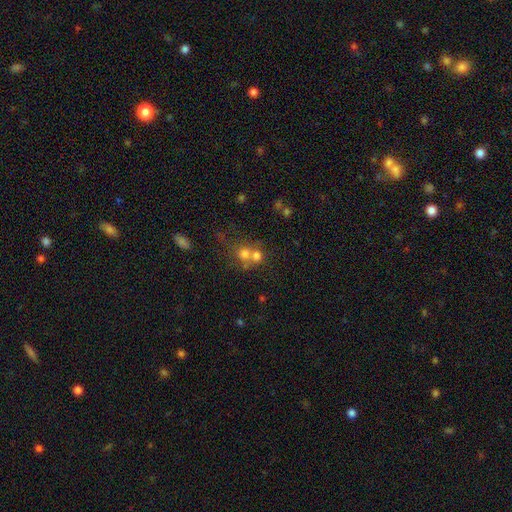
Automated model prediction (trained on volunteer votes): This appears to be a smooth galaxy with no disk features (66%) that is round (81%). Merging: merger (58%).